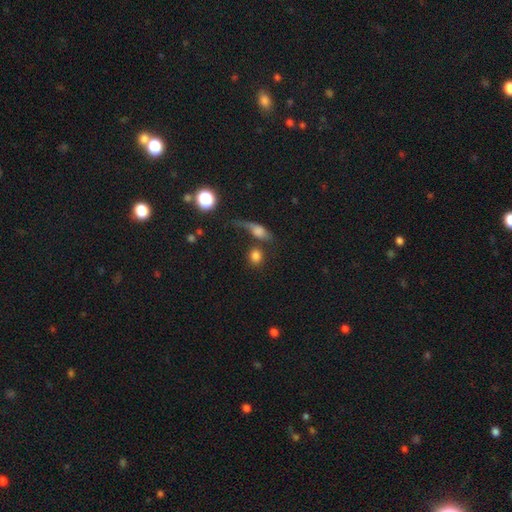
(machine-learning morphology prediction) smooth 80%, star or artifact 11%, featured or disk 9%. Down the decision tree: how rounded — round (64%); merging — none (57%).